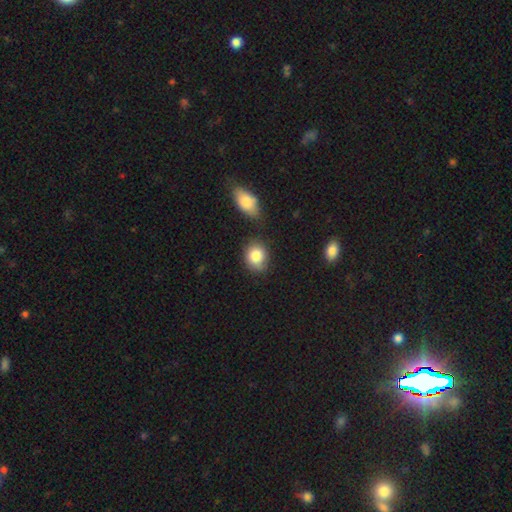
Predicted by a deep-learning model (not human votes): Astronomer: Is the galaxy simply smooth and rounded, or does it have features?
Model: smooth — 84%.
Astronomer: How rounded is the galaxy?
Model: round — 60% (runner-up: in between, 38%).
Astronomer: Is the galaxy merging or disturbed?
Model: none — 71%.